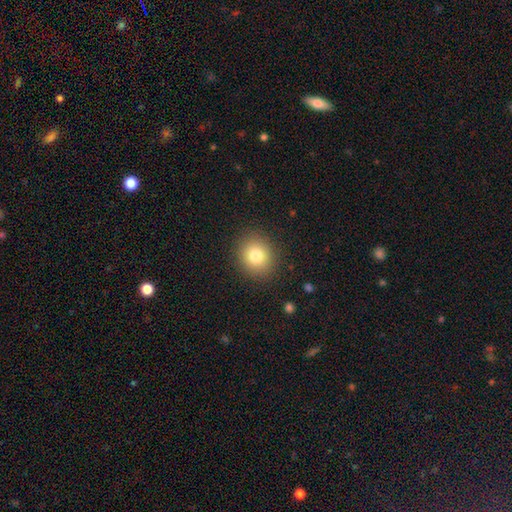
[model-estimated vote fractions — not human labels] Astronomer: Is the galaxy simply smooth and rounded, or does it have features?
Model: smooth — 80%.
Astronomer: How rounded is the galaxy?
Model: round — 83%.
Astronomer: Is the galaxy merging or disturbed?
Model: none — 89%.